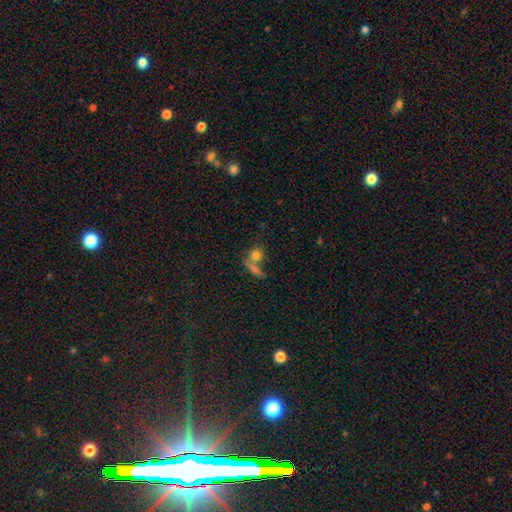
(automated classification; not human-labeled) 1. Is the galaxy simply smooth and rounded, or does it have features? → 76% smooth, 12% star or artifact, 12% featured or disk.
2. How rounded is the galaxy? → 65% round, 24% in between, 11% cigar-shaped.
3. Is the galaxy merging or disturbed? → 52% none, 34% merger, 9% minor disturbance, 5% major disturbance.